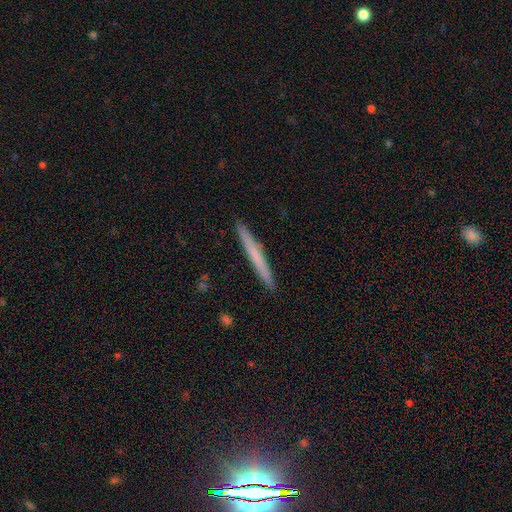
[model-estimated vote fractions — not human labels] The model was most divided on "smooth or featured": smooth: 60%, featured or disk: 34%, star or artifact: 6%. More confident: how rounded — cigar-shaped (97%); merging — none (93%).